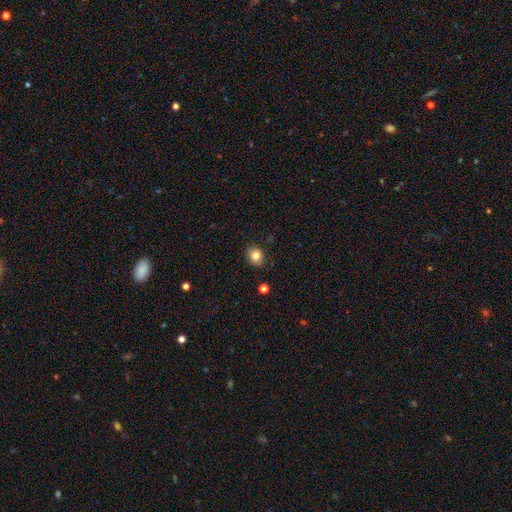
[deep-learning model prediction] Smooth or featured? Predicted: smooth (p=0.82). How rounded? Predicted: round (p=0.67). Merging? Predicted: none (p=0.88).